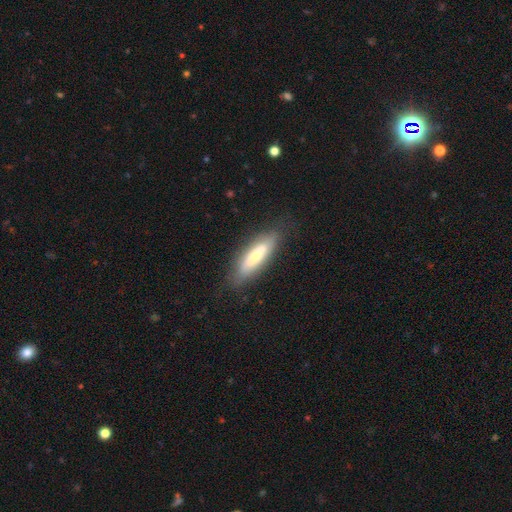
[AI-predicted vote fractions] smooth-or-featured: smooth: 60% | featured or disk: 33% | star or artifact: 7%
  how-rounded: cigar-shaped: 61% | in between: 38% | round: 2%
  merging: none: 79% | minor disturbance: 15% | major disturbance: 4% | merger: 1%